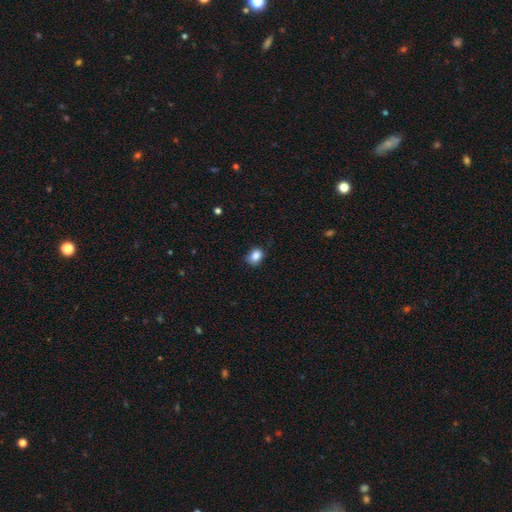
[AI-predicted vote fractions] Smooth or featured: smooth — 86% (star or artifact — 10%)
How rounded: in between — 55% (round — 44%)
Merging: none — 73% (minor disturbance — 22%)